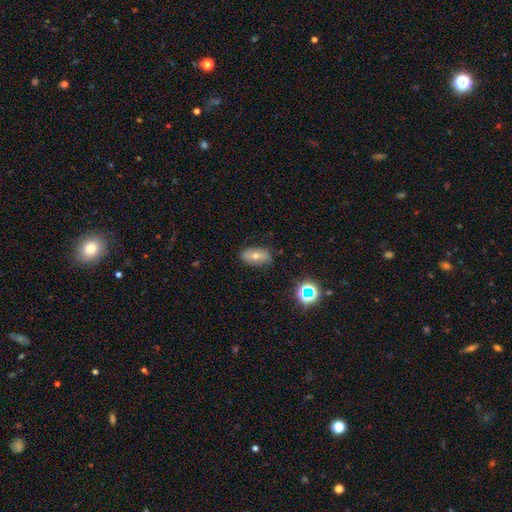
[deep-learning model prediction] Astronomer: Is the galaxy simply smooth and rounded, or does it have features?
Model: smooth — 53% (runner-up: featured or disk, 31%).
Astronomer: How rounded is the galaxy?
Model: in between — 85%.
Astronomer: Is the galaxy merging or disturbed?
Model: none — 81%.